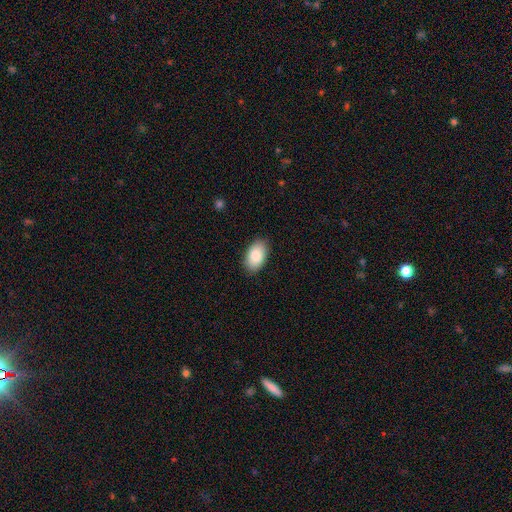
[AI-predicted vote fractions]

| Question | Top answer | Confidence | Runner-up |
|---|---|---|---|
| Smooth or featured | smooth | 88% | star or artifact (6%) |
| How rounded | in between | 95% | round (4%) |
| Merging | none | 87% | minor disturbance (10%) |